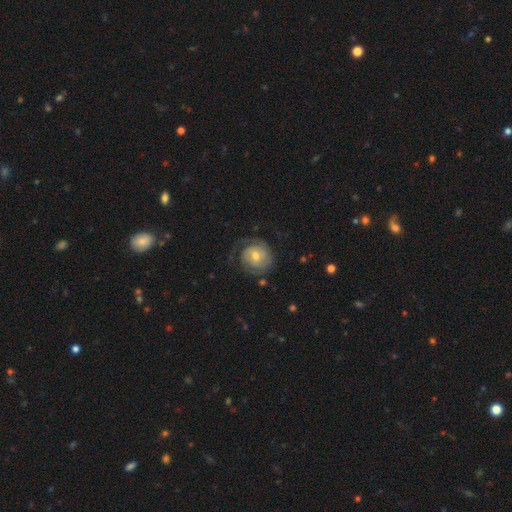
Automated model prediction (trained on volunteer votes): Morphology: type=featured or disk (77%); edge-on=no (98%); bar=no (62%); spiral arms=yes (92%); winding=tight (66%); arm count=2 (44%); bulge=moderate (62%); merging=none (66%).